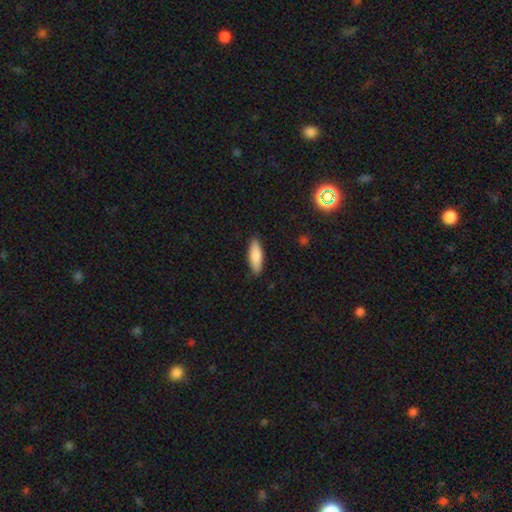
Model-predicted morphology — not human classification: Smooth or featured?
  - smooth: 85% *
  - featured or disk: 10%
  - star or artifact: 6%
How rounded?
  - cigar-shaped: 50% *
  - in between: 49%
  - round: 2%
Merging?
  - none: 88% *
  - minor disturbance: 9%
  - major disturbance: 2%
  - merger: 1%